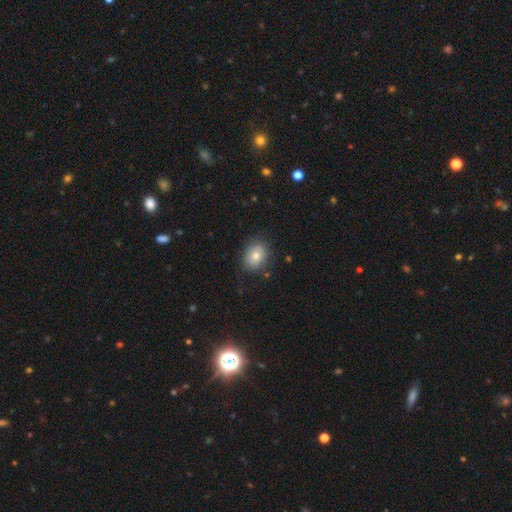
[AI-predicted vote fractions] Smooth or featured?
  - smooth: 78% *
  - featured or disk: 12%
  - star or artifact: 9%
How rounded?
  - in between: 57% *
  - round: 42%
  - cigar-shaped: 1%
Merging?
  - none: 80% *
  - minor disturbance: 15%
  - major disturbance: 4%
  - merger: 2%